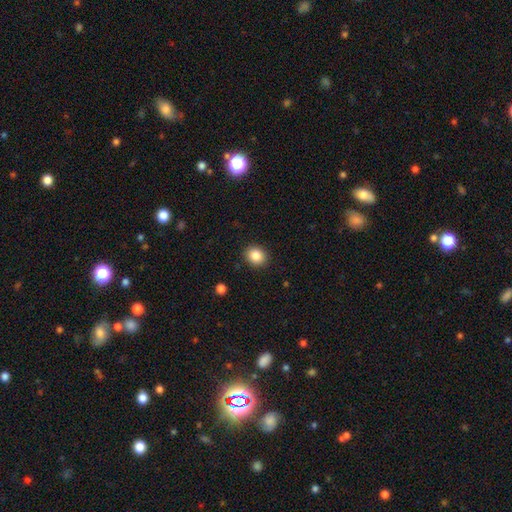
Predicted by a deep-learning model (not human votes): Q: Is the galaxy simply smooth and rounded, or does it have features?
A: smooth — 85%.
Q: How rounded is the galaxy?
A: round — 71%.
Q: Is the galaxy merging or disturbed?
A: none — 90%.